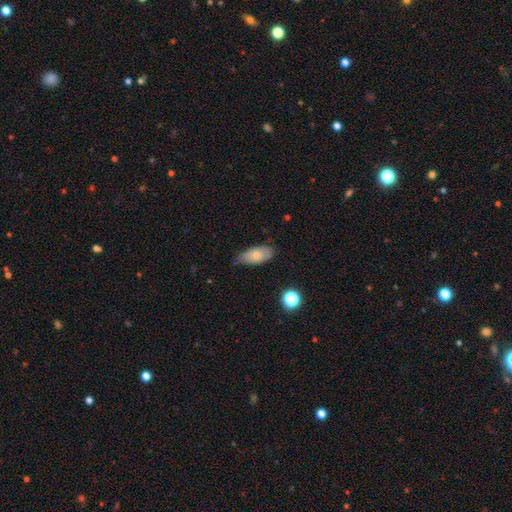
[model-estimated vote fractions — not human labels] This is likely a smooth galaxy (74%). How rounded: clearly in between (89%). Merging: possibly none (60%).